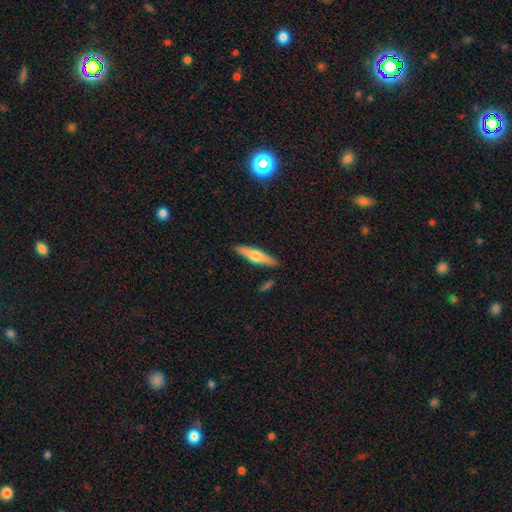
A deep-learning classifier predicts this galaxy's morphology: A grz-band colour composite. It shows a featured or disk galaxy (48%). Merging: none (88%).